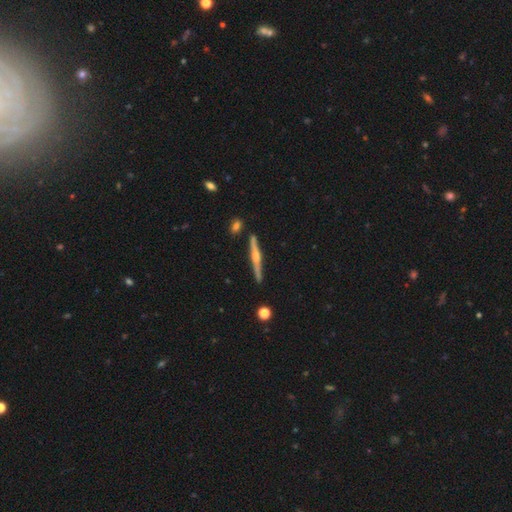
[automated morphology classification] smooth_or_featured: featured or disk (p=0.75) [alt: smooth p=0.19]
disk_edge_on: yes (p=0.98) [alt: no p=0.02]
edge_on_bulge: rounded (p=0.84) [alt: none p=0.08]
merging: none (p=0.86) [alt: minor disturbance p=0.08]